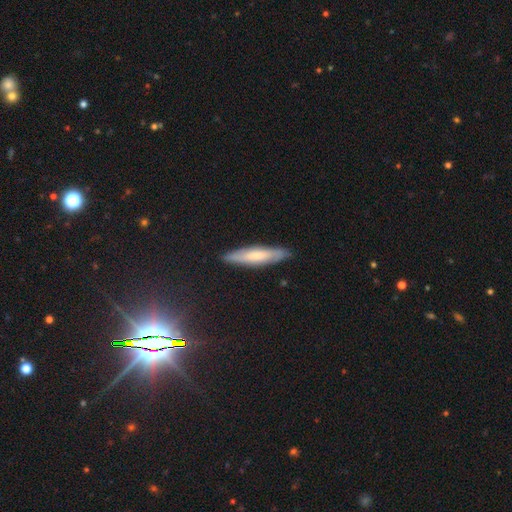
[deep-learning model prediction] Smooth or featured? smooth (54%)
How rounded? cigar-shaped (81%)
Merging? none (86%)